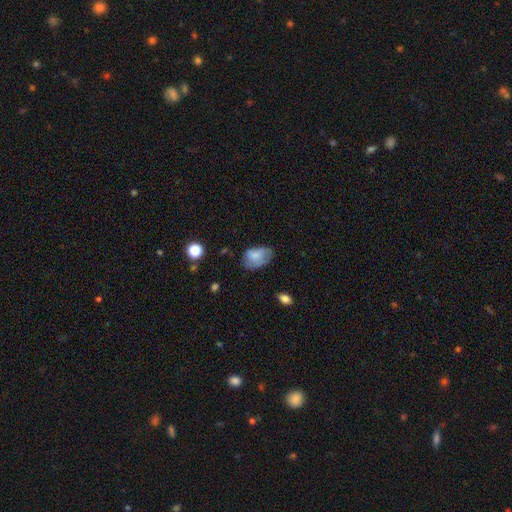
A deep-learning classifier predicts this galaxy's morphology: This is likely a smooth galaxy (70%). How rounded: clearly in between (85%). Merging: possibly none (49%).